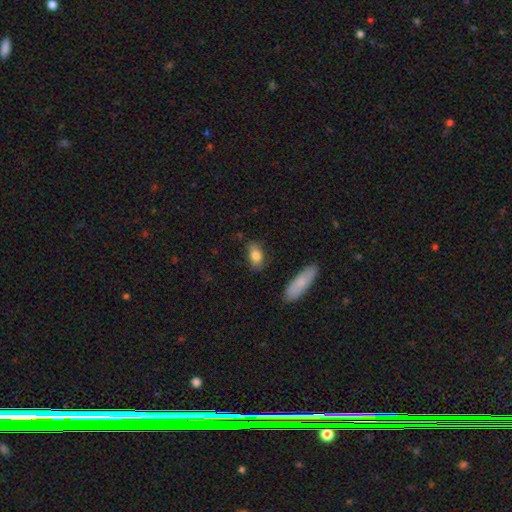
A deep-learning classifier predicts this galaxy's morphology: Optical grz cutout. It shows a smooth galaxy with no disk features (81%) that is in between round and cigar-shaped (85%). Merging: none (77%).